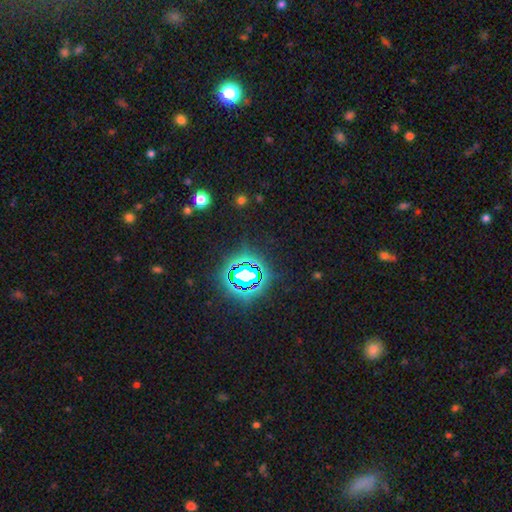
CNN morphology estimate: Smooth or featured?
  - star or artifact: 81% *
  - smooth: 12%
  - featured or disk: 7%